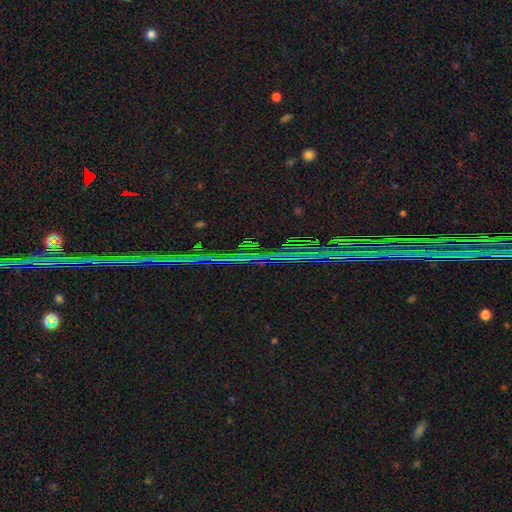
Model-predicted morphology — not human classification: This appears to be a star or artifact, not a galaxy (86%).